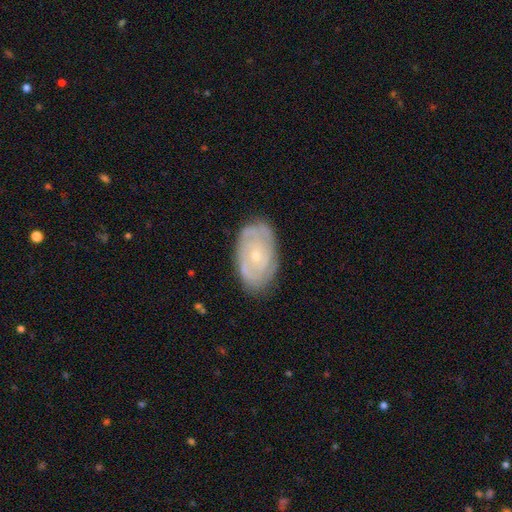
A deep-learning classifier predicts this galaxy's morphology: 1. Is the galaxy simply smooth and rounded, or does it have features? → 78% featured or disk, 15% smooth, 6% star or artifact.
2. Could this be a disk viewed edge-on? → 95% no, 5% yes.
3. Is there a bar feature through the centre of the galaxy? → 75% no, 21% weak, 4% strong.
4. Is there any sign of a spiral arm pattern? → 89% yes, 11% no.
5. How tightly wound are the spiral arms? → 72% tight, 22% medium, 5% loose.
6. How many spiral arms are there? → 38% can't tell, 31% 2, 15% 3, 7% 4, 4% 1, 4% more than 4.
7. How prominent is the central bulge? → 72% small, 25% moderate, 1% none, 1% large, 1% dominant.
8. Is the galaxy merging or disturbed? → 80% none, 15% minor disturbance, 4% major disturbance, 1% merger.